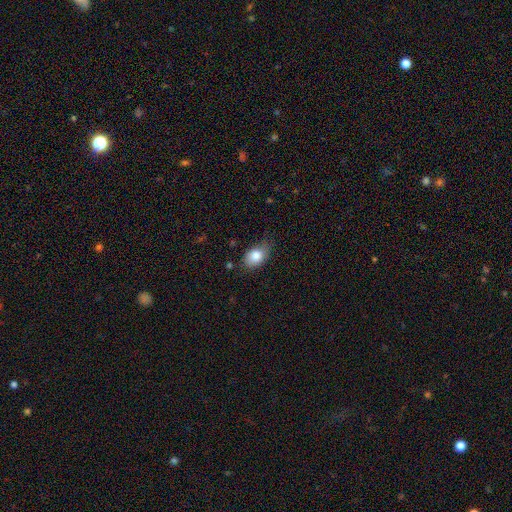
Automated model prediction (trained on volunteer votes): The model was most divided on "merging": none: 61%, minor disturbance: 30%, major disturbance: 7%, merger: 2%. More confident: smooth or featured — smooth (83%); how rounded — in between (80%).